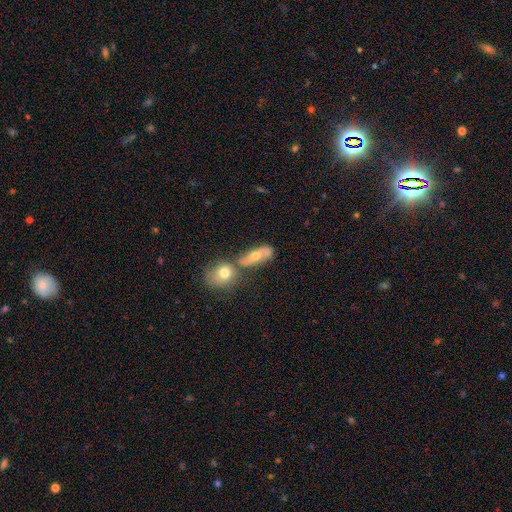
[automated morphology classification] Smooth or featured?
  - smooth: 51% *
  - featured or disk: 38%
  - star or artifact: 10%
How rounded?
  - in between: 61% *
  - cigar-shaped: 23%
  - round: 16%
Merging?
  - none: 41% *
  - merger: 40%
  - minor disturbance: 12%
  - major disturbance: 6%